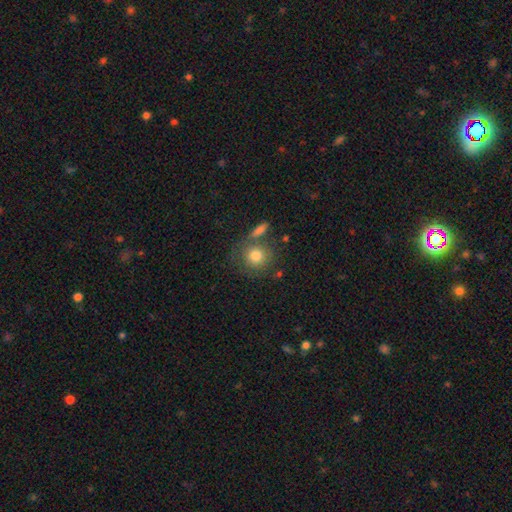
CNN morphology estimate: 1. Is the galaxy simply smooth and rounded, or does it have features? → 79% smooth, 12% featured or disk, 9% star or artifact.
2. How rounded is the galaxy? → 86% round, 13% in between, 1% cigar-shaped.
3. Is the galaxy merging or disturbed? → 67% none, 16% merger, 12% minor disturbance, 5% major disturbance.